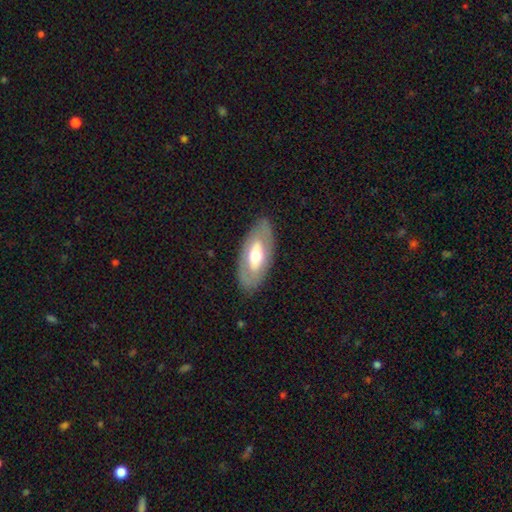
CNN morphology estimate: Overall: featured or disk (53%; smooth 42%). Edge-on disk: no (84%). Merging: none (83%).